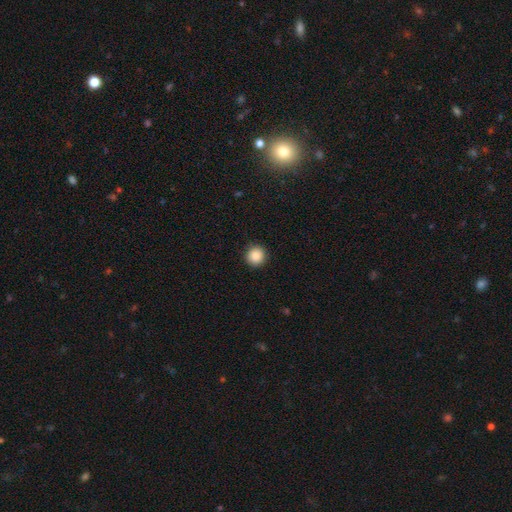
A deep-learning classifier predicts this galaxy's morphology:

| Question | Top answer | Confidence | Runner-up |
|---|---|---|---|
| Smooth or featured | smooth | 88% | star or artifact (9%) |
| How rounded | round | 95% | in between (4%) |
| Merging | none | 92% | minor disturbance (5%) |